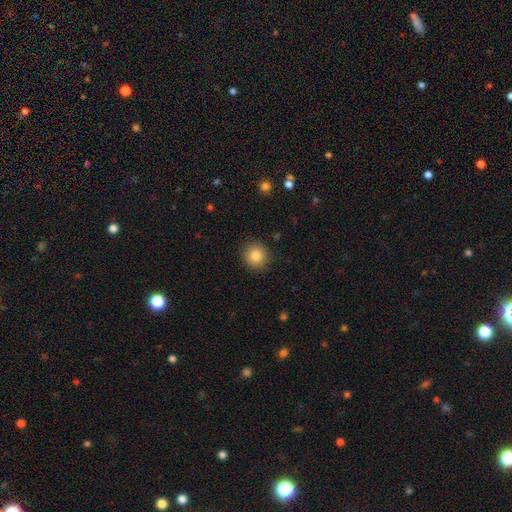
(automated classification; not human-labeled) A smooth galaxy with no disk features (83%) that is round (92%).

Vote fractions:
- Smooth or featured? smooth: 83% / star or artifact: 10% / featured or disk: 7%
- How rounded? round: 92% / in between: 7% / cigar-shaped: 1%
- Merging? none: 90% / minor disturbance: 7% / major disturbance: 2% / merger: 1%